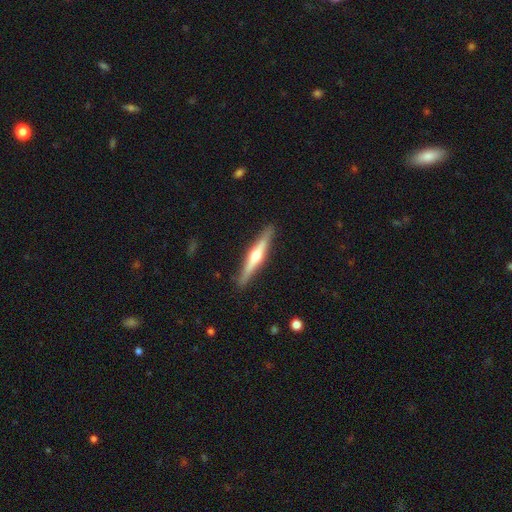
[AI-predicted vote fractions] Smooth or featured? Predicted: featured or disk (p=0.68). Edge-on disk? Predicted: yes (p=0.98). Edge-on bulge? Predicted: rounded (p=0.90). Merging? Predicted: none (p=0.90).